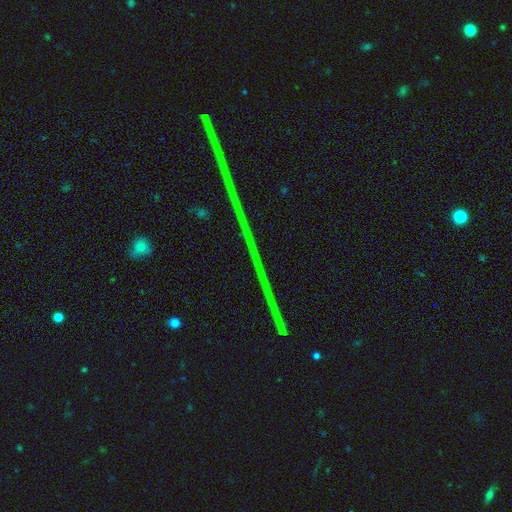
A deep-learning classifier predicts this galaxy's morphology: smooth-or-featured: star or artifact: 85% | featured or disk: 9% | smooth: 6%